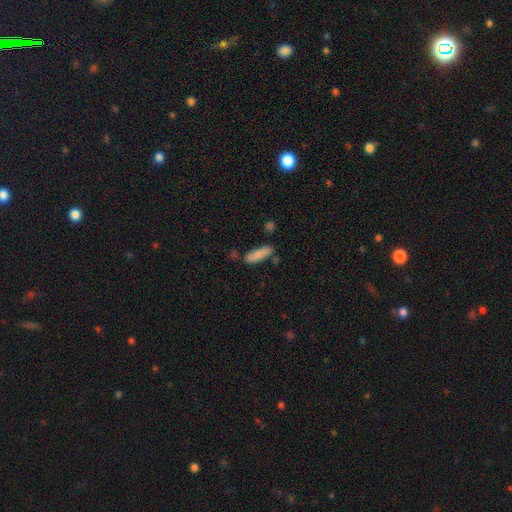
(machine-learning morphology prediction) Smooth or featured: smooth — 85% (featured or disk — 9%)
How rounded: in between — 51% (cigar-shaped — 47%)
Merging: none — 68% (minor disturbance — 19%)